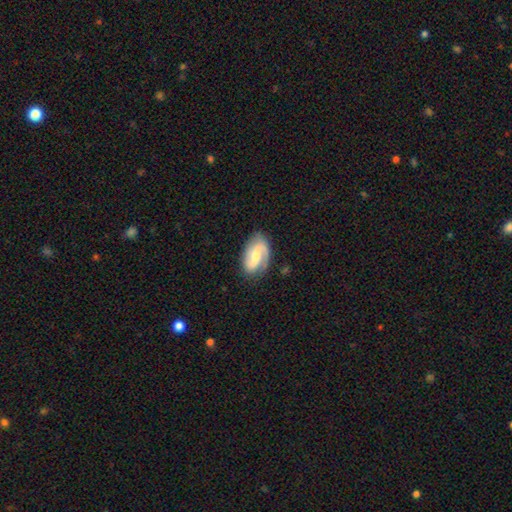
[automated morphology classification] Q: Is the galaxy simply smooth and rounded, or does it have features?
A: featured or disk — 79%.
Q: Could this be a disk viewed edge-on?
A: no — 97%.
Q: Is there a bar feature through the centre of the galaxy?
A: weak — 48%.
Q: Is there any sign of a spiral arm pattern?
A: yes — 95%.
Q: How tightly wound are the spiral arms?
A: medium — 45%.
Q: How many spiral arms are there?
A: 2 — 82%.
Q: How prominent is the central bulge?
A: moderate — 49%.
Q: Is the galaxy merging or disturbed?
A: none — 78%.